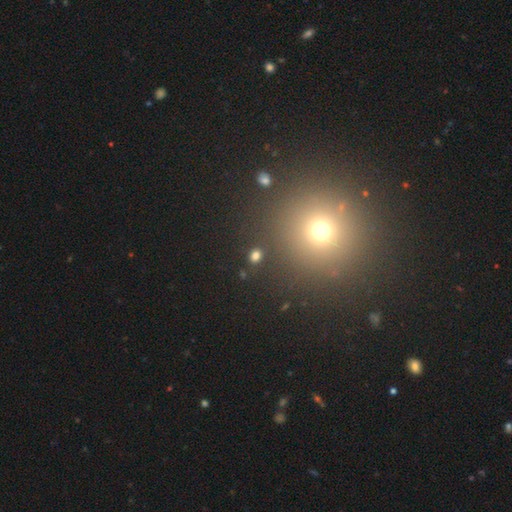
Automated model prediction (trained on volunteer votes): Q: Smooth or featured?
A: smooth (77%); runner-up: star or artifact (19%)
Q: How rounded?
A: round (60%); runner-up: in between (38%)
Q: Merging?
A: none (87%); runner-up: minor disturbance (6%)